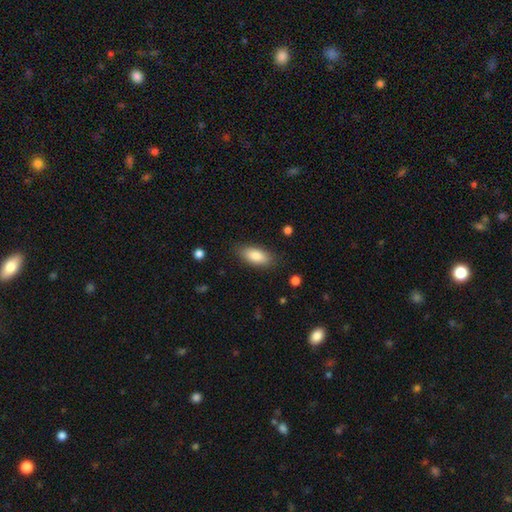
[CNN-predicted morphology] Overall: smooth (85%). How rounded: in between (85%). Merging: none (84%).